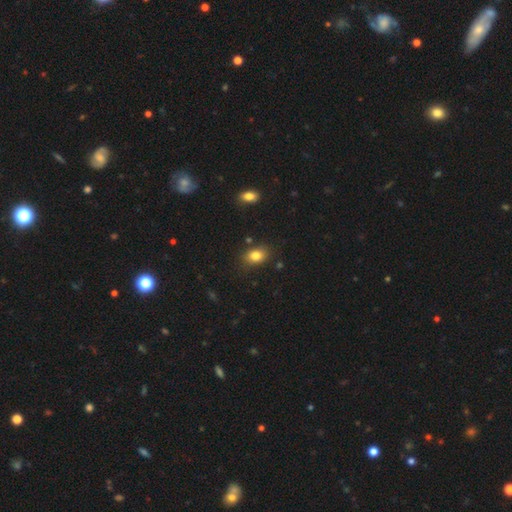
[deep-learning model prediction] A smooth galaxy with no disk features (82%) that is in between round and cigar-shaped (72%). Merging: none (82%).